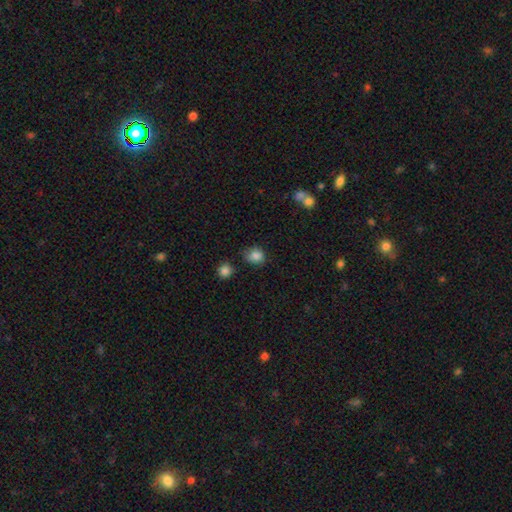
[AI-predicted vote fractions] Smooth or featured: smooth — 84% (star or artifact — 11%)
How rounded: round — 68% (in between — 31%)
Merging: none — 71% (minor disturbance — 20%)